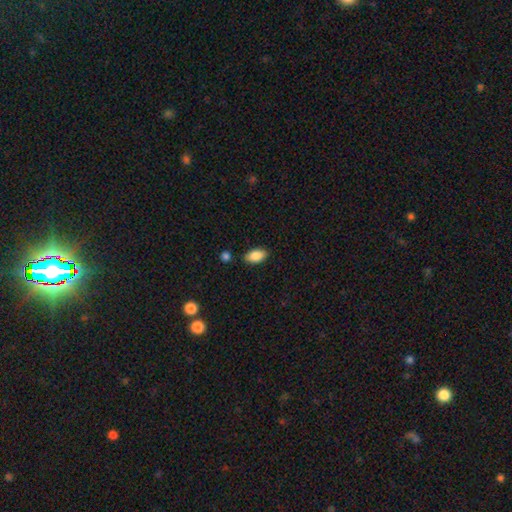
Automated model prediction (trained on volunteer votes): Q: Smooth or featured?
A: smooth (87%); runner-up: star or artifact (7%)
Q: How rounded?
A: in between (92%); runner-up: round (4%)
Q: Merging?
A: none (83%); runner-up: minor disturbance (11%)